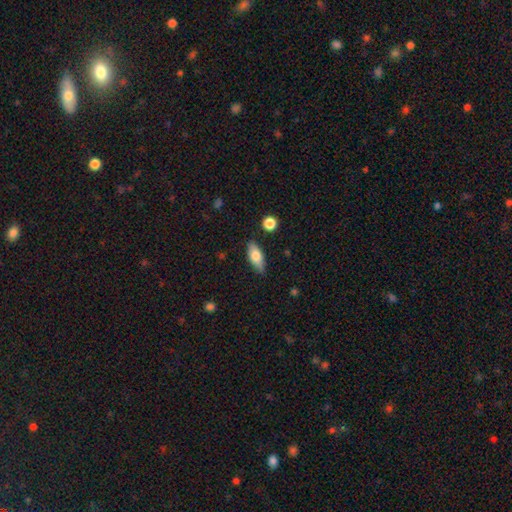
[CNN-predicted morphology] A smooth galaxy with no disk features (72%) that is in between round and cigar-shaped (77%).

Vote fractions:
- Smooth or featured? smooth: 72% / featured or disk: 21% / star or artifact: 7%
- How rounded? in between: 77% / cigar-shaped: 19% / round: 3%
- Merging? none: 84% / minor disturbance: 12% / major disturbance: 2% / merger: 2%